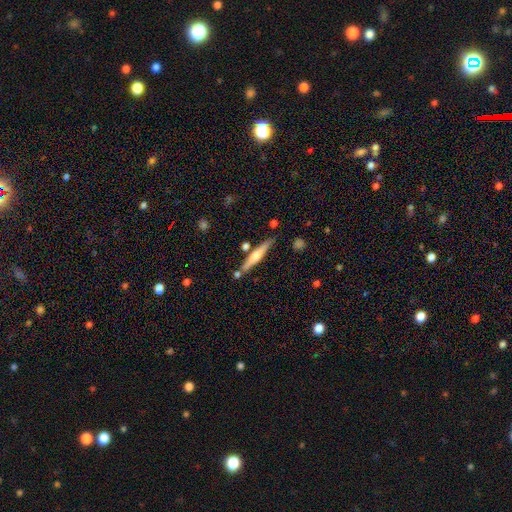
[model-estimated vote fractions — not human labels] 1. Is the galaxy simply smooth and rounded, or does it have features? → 59% featured or disk, 35% smooth, 6% star or artifact.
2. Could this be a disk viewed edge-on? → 97% yes, 3% no.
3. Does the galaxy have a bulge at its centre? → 81% rounded, 10% none, 9% boxy.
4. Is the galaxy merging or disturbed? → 80% none, 11% minor disturbance, 7% merger, 2% major disturbance.